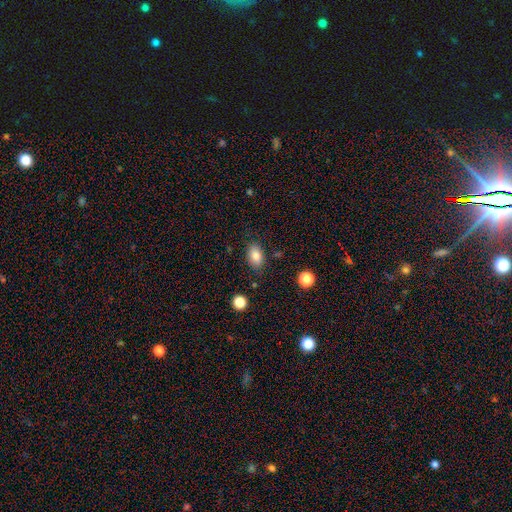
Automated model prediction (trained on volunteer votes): This appears to be a smooth galaxy with no disk features (84%) that is in between round and cigar-shaped (87%). Merging: none (82%).